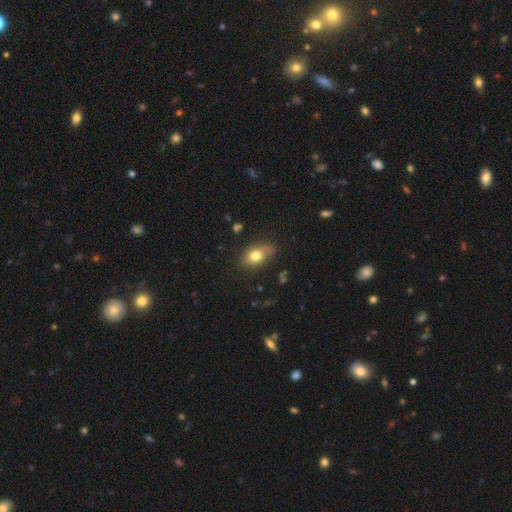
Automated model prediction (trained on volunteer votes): smooth 76%, featured or disk 15%, star or artifact 9%. Down the decision tree: how rounded — in between (80%); merging — none (70%).